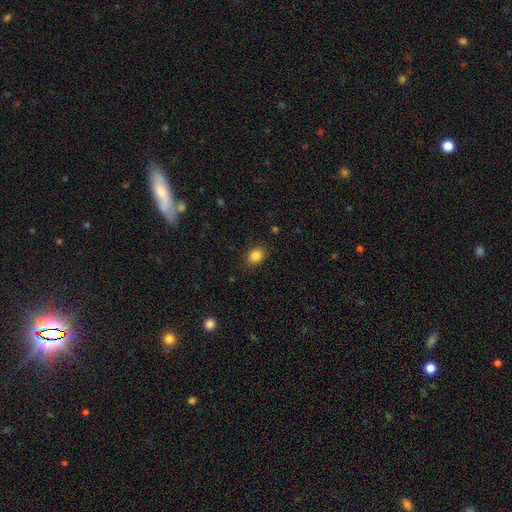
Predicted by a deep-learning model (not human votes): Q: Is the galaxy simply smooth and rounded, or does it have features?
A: smooth — 85%.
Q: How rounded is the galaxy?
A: in between — 50%.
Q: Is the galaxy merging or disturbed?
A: none — 87%.